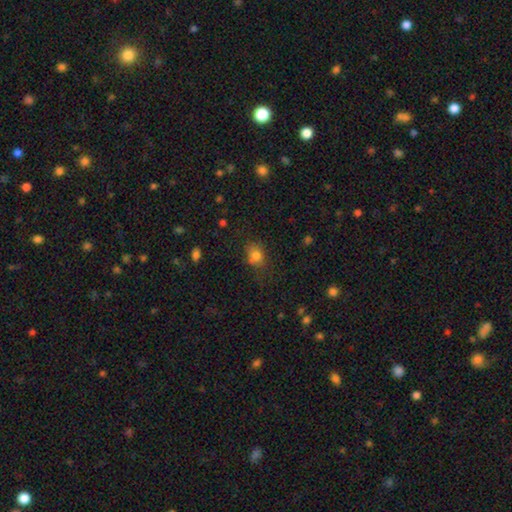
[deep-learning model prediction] A smooth galaxy with no disk features (79%) that is round (53%).

Vote fractions:
- Smooth or featured? smooth: 79% / star or artifact: 13% / featured or disk: 8%
- How rounded? round: 53% / in between: 45% / cigar-shaped: 1%
- Merging? none: 67% / minor disturbance: 22% / major disturbance: 7% / merger: 4%